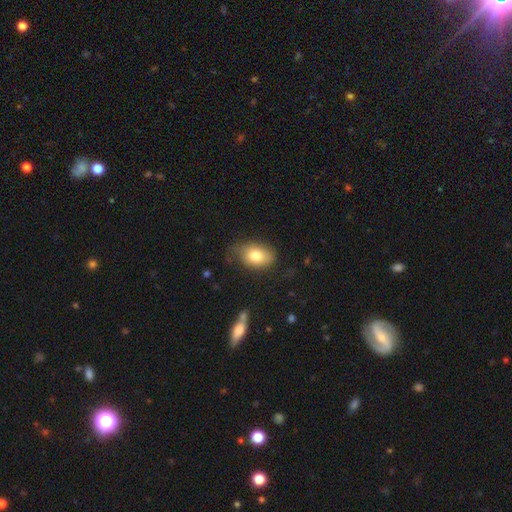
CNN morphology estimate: Q: Smooth or featured?
A: smooth (78%); runner-up: featured or disk (14%)
Q: How rounded?
A: in between (84%); runner-up: round (15%)
Q: Merging?
A: none (64%); runner-up: minor disturbance (26%)